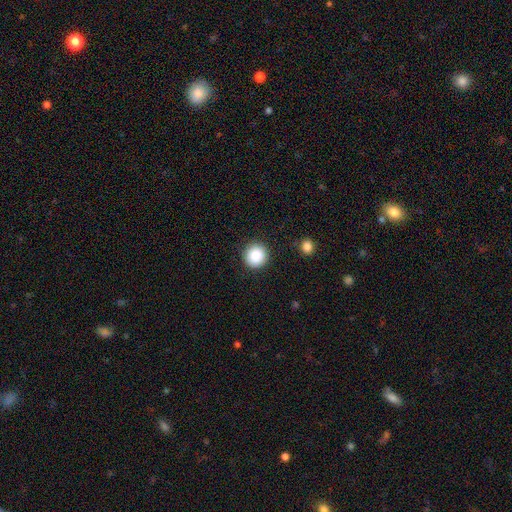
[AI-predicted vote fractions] Smooth or featured? smooth (87%)
How rounded? round (94%)
Merging? none (90%)